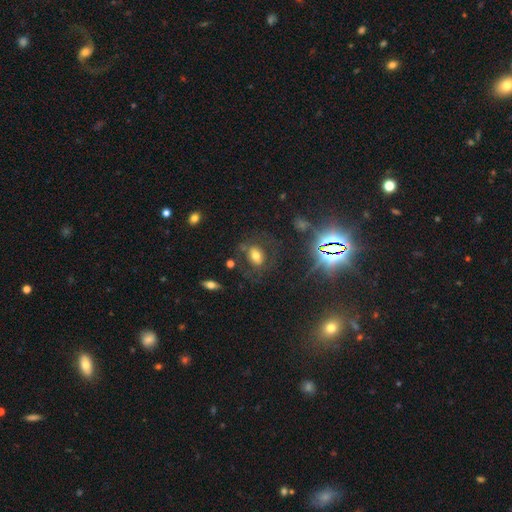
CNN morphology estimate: smooth-or-featured: smooth: 55% | featured or disk: 24% | star or artifact: 21%
  how-rounded: in between: 69% | round: 29% | cigar-shaped: 2%
  merging: none: 68% | minor disturbance: 16% | major disturbance: 12% | merger: 4%